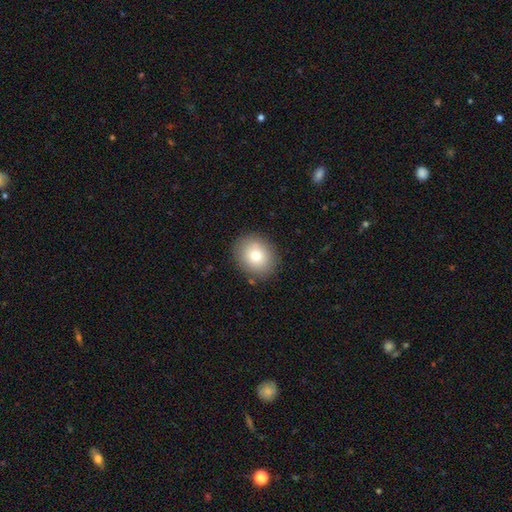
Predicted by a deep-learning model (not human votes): A smooth galaxy with no disk features (77%) that is round (64%).

Vote fractions:
- Smooth or featured? smooth: 77% / featured or disk: 13% / star or artifact: 10%
- How rounded? round: 64% / in between: 35% / cigar-shaped: 1%
- Merging? none: 87% / minor disturbance: 9% / major disturbance: 3% / merger: 2%